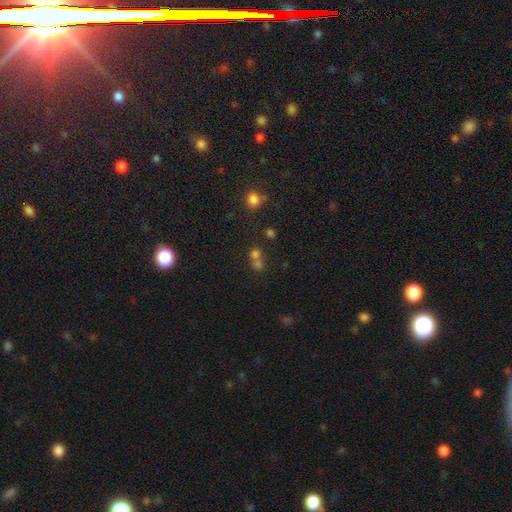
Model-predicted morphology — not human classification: The model was most divided on "merging": none: 46%, merger: 43%, minor disturbance: 6%, major disturbance: 4%. More confident: how rounded — round (81%); smooth or featured — smooth (56%).